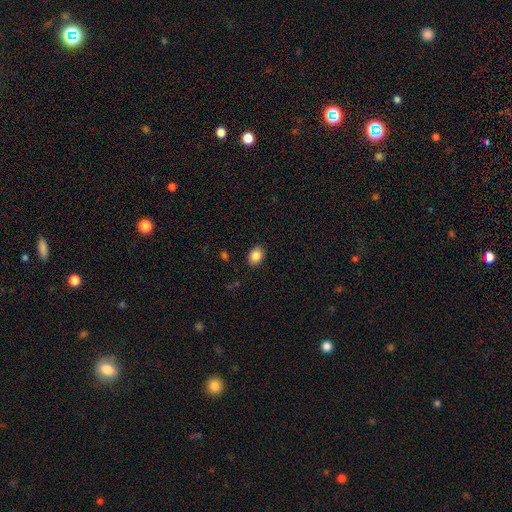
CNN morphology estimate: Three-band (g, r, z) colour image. It shows a smooth galaxy with no disk features (86%) that is in between round and cigar-shaped (66%). Merging: none (89%).